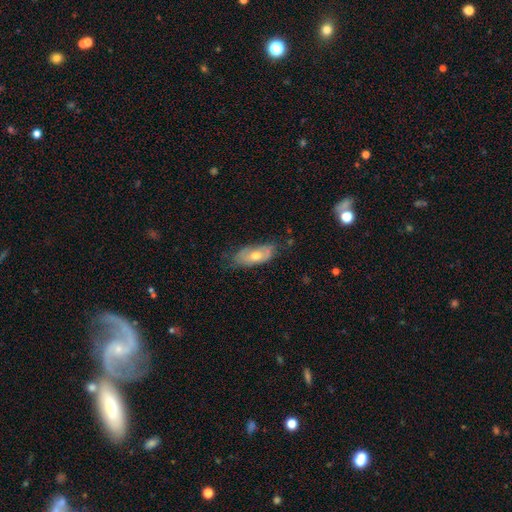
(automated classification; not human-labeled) A smooth galaxy with no disk features (56%) that is in between round and cigar-shaped (83%). Merging: none (59%).